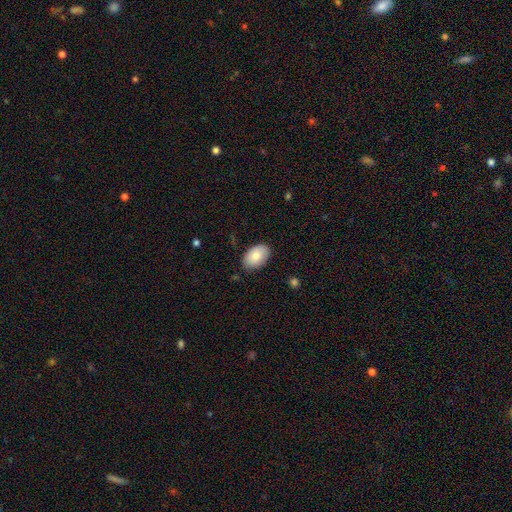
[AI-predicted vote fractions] smooth-or-featured: smooth: 81% | featured or disk: 12% | star or artifact: 6%
  how-rounded: in between: 91% | round: 8% | cigar-shaped: 1%
  merging: none: 83% | minor disturbance: 13% | major disturbance: 2% | merger: 1%